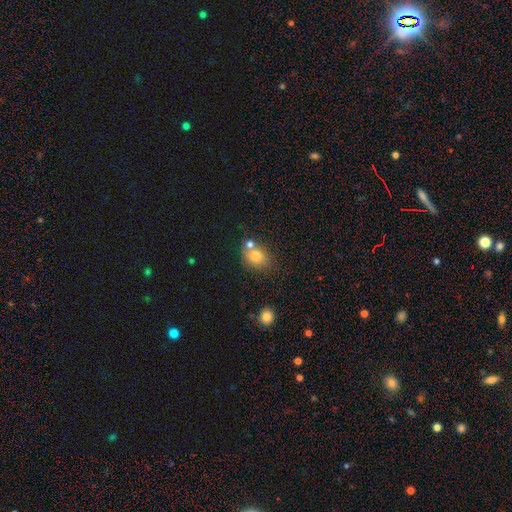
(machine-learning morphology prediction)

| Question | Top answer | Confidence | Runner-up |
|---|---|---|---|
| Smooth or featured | smooth | 76% | star or artifact (12%) |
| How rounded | round | 57% | in between (41%) |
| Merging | none | 55% | merger (27%) |